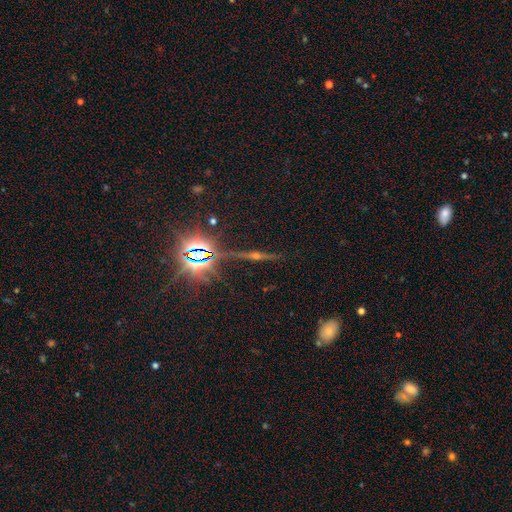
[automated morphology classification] A featured or disk galaxy (57%) viewed edge-on (94%) with a rounded central bulge (90%).

Vote fractions:
- Smooth or featured? featured or disk: 57% / star or artifact: 33% / smooth: 10%
- Edge-on disk? yes: 94% / no: 6%
- Edge-on bulge? rounded: 90% / boxy: 6% / none: 5%
- Merging? none: 86% / minor disturbance: 9% / major disturbance: 3% / merger: 2%